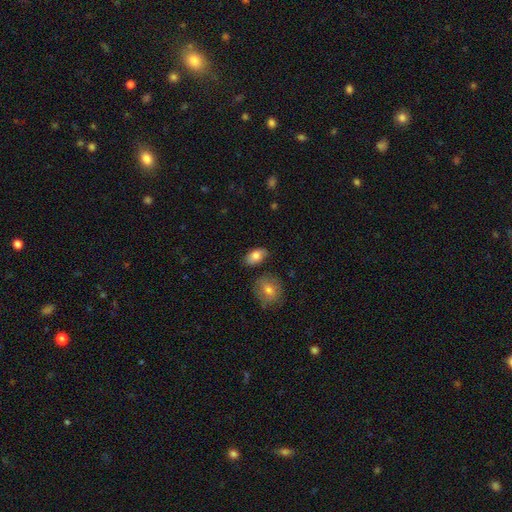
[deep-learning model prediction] Morphology: type=smooth (81%); roundness=in between (89%); merging=none (76%).